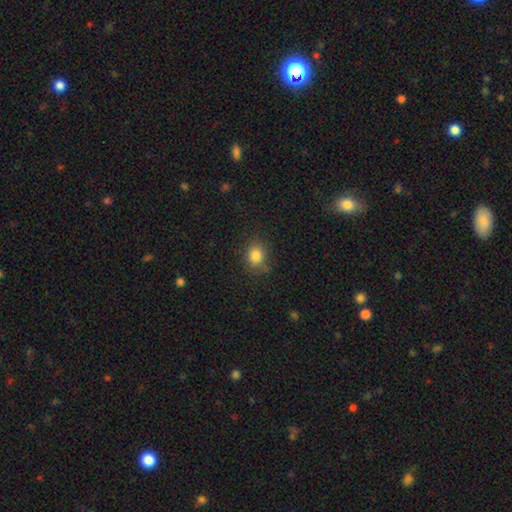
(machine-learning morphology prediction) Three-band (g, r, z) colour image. It shows a smooth galaxy with no disk features (83%) that is round (63%). Merging: none (79%).